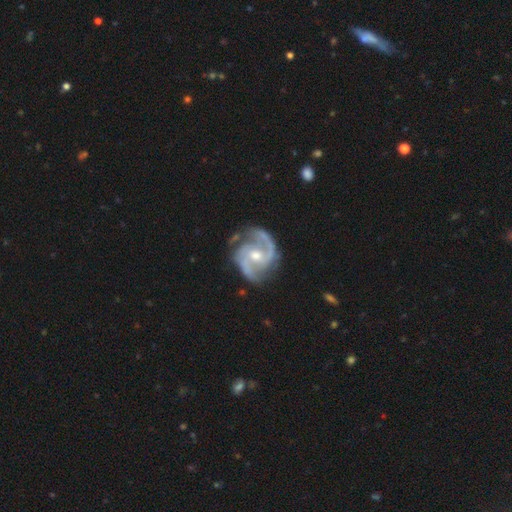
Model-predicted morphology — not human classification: smooth_or_featured: featured or disk (p=0.93) [alt: star or artifact p=0.04]
disk_edge_on: no (p=0.98) [alt: yes p=0.02]
bar: no (p=0.45) [alt: weak p=0.41]
has_spiral_arms: yes (p=0.98) [alt: no p=0.02]
spiral_winding: medium (p=0.56) [alt: tight p=0.30]
spiral_arm_count: 2 (p=0.69) [alt: 3 p=0.16]
bulge_size: moderate (p=0.64) [alt: small p=0.31]
merging: none (p=0.72) [alt: minor disturbance p=0.19]